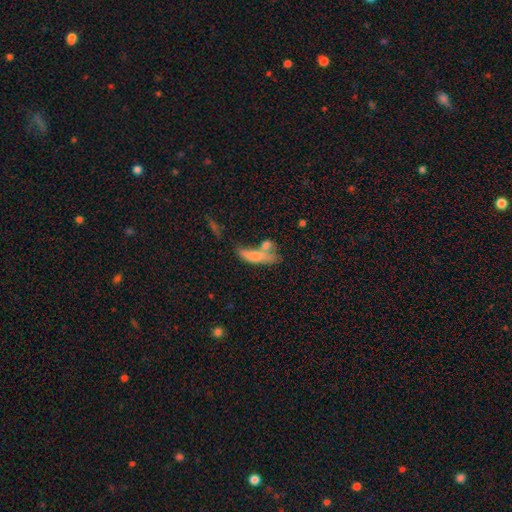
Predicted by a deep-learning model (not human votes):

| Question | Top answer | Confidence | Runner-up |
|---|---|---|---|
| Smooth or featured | smooth | 71% | featured or disk (21%) |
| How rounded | in between | 49% | cigar-shaped (47%) |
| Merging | merger | 37% | none (33%) |